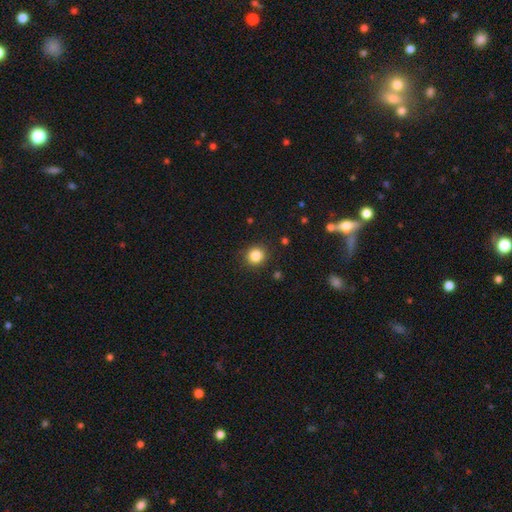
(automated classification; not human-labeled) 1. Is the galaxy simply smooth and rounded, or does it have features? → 85% smooth, 11% star or artifact, 4% featured or disk.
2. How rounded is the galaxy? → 91% round, 8% in between, 1% cigar-shaped.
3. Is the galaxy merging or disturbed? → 90% none, 6% minor disturbance, 2% major disturbance, 1% merger.